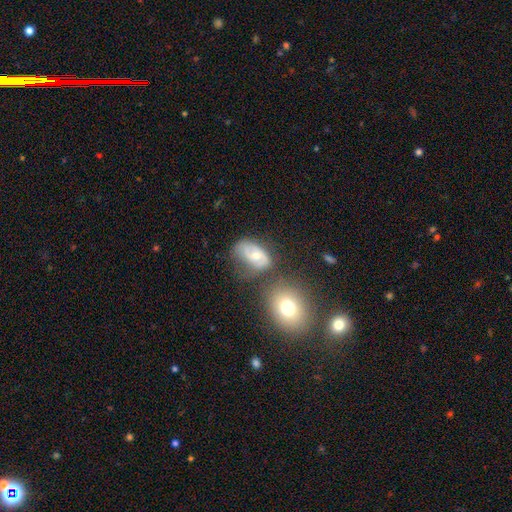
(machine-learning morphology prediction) A featured or disk galaxy (51%). Merging: none (40%).